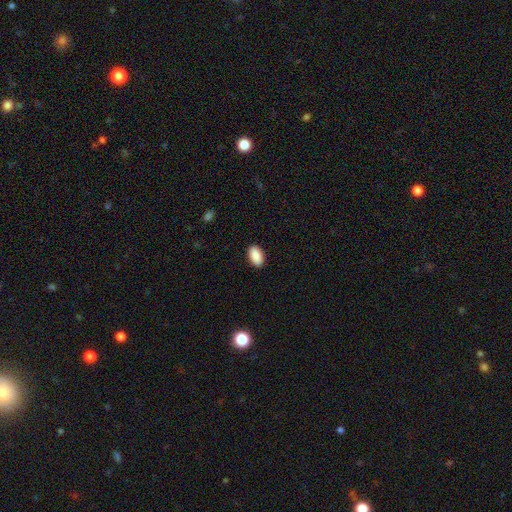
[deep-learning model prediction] A smooth galaxy with no disk features (90%) that is in between round and cigar-shaped (94%). Merging: none (90%).